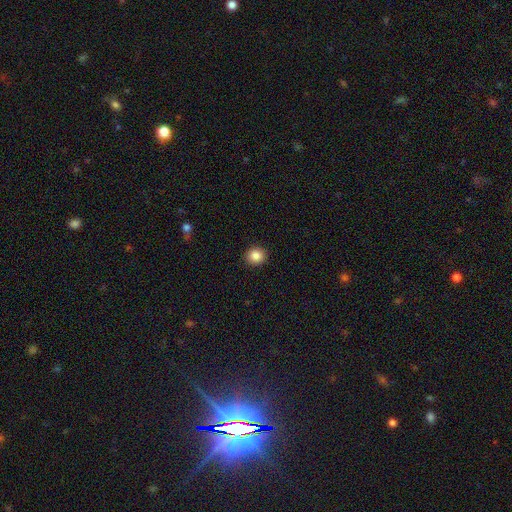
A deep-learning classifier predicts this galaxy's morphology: smooth 86%, star or artifact 10%, featured or disk 4%. Down the decision tree: how rounded — round (87%); merging — none (92%).